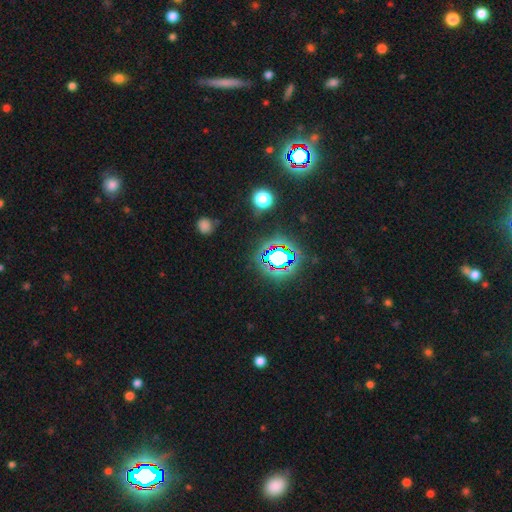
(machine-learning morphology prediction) Q: Smooth or featured?
A: star or artifact (77%); runner-up: smooth (14%)